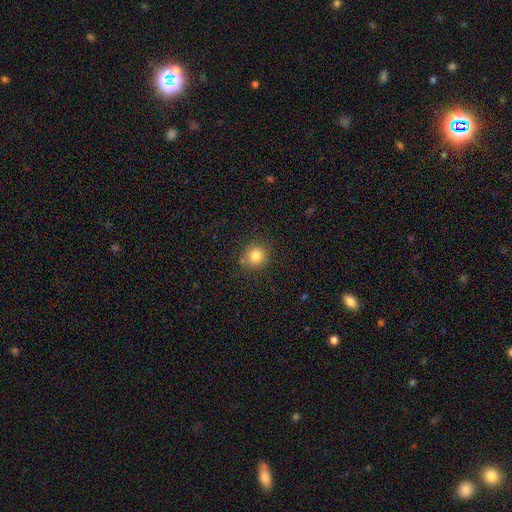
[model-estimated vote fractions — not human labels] A smooth galaxy with no disk features (82%) that is round (90%). Merging: none (82%).